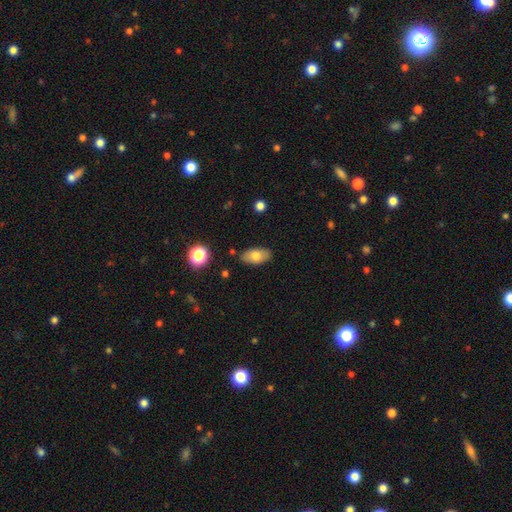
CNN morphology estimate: type=smooth (75%); roundness=in between (91%); merging=none (84%).